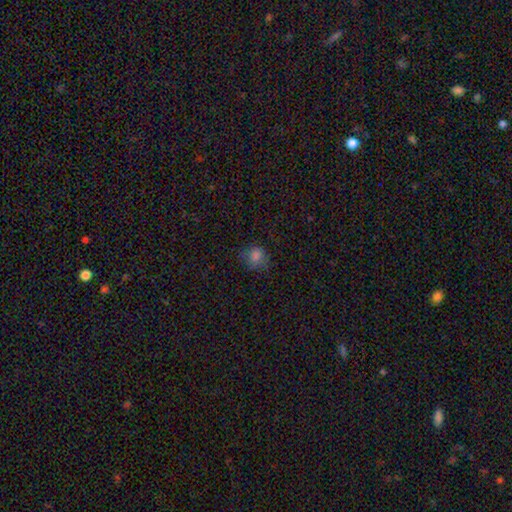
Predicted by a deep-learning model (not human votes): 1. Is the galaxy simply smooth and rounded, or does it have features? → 77% smooth, 17% star or artifact, 6% featured or disk.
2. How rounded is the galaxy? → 75% round, 24% in between, 1% cigar-shaped.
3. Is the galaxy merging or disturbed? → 71% none, 21% minor disturbance, 7% major disturbance, 1% merger.